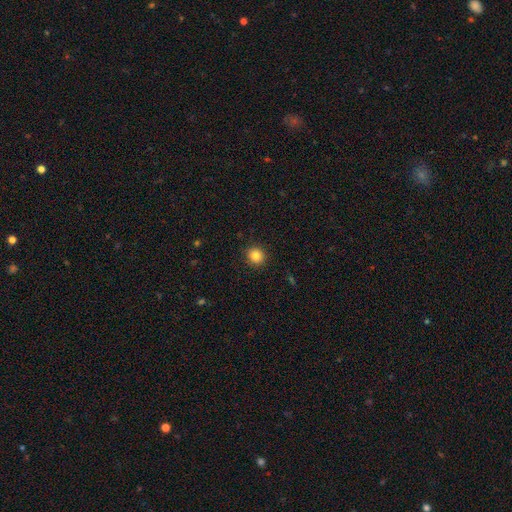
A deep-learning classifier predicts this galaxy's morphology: This appears to be a smooth galaxy with no disk features (84%) that is round (91%). Merging: none (91%).